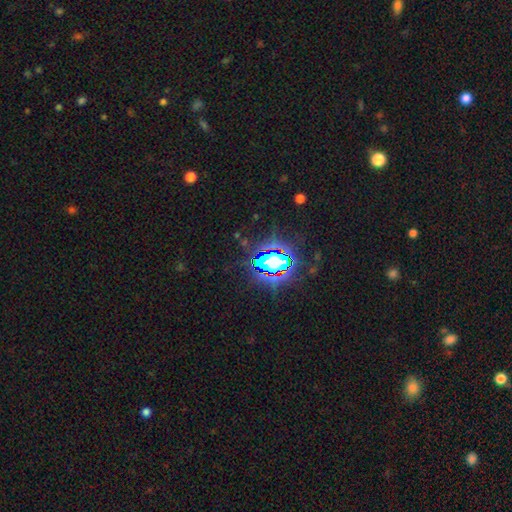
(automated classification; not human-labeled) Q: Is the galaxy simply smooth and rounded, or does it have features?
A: star or artifact — 79%.